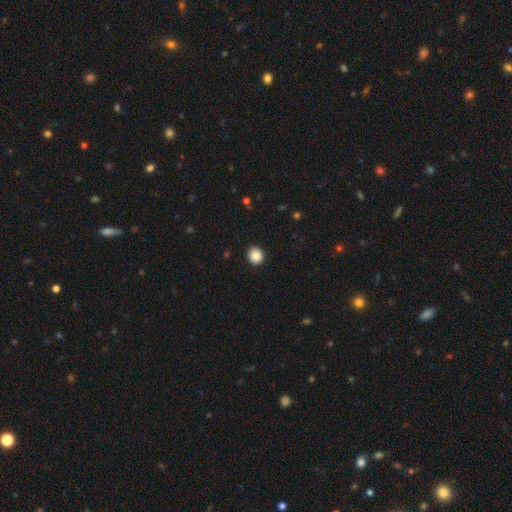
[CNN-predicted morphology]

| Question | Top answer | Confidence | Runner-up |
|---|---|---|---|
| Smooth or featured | smooth | 88% | star or artifact (9%) |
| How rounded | round | 83% | in between (16%) |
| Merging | none | 93% | minor disturbance (5%) |